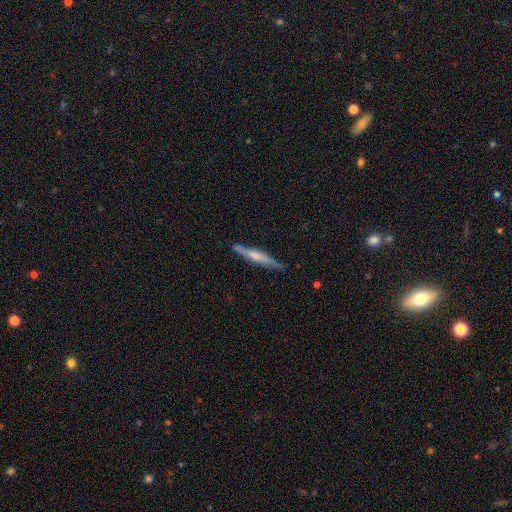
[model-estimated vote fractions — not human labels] smooth-or-featured: featured or disk: 55% | smooth: 39% | star or artifact: 6%
  disk-edge-on: yes: 95% | no: 5%
    edge-on-bulge: rounded: 45% | none: 27% | boxy: 27%
  merging: none: 83% | minor disturbance: 13% | major disturbance: 2% | merger: 2%